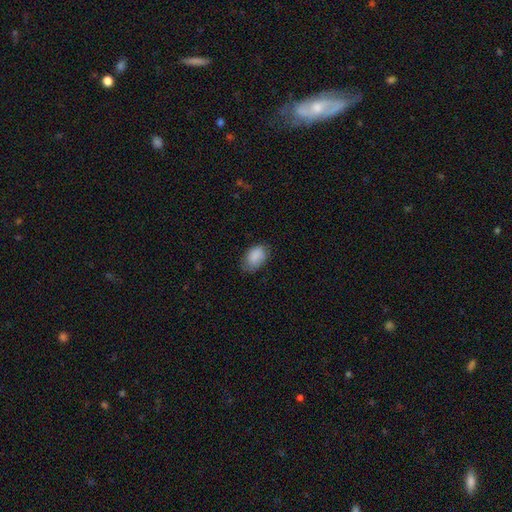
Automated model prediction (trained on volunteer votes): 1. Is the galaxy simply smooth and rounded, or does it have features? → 87% smooth, 7% star or artifact, 7% featured or disk.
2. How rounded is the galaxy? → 87% in between, 12% round, 1% cigar-shaped.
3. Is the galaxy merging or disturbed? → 69% none, 25% minor disturbance, 5% major disturbance, 1% merger.